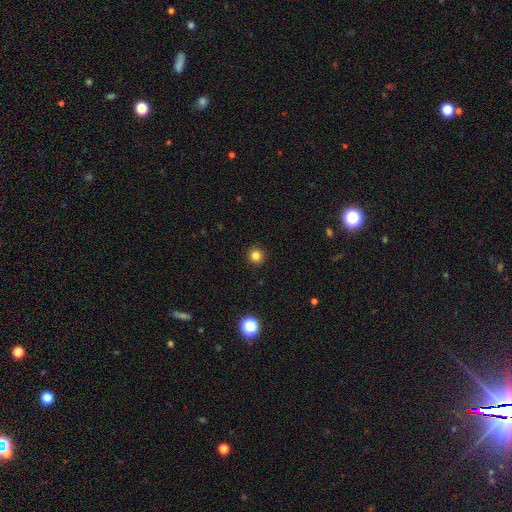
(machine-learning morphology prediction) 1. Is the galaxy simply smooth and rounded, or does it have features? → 83% smooth, 13% star or artifact, 4% featured or disk.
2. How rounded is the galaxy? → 96% round, 4% in between, 1% cigar-shaped.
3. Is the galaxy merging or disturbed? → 93% none, 4% minor disturbance, 2% major disturbance, 1% merger.